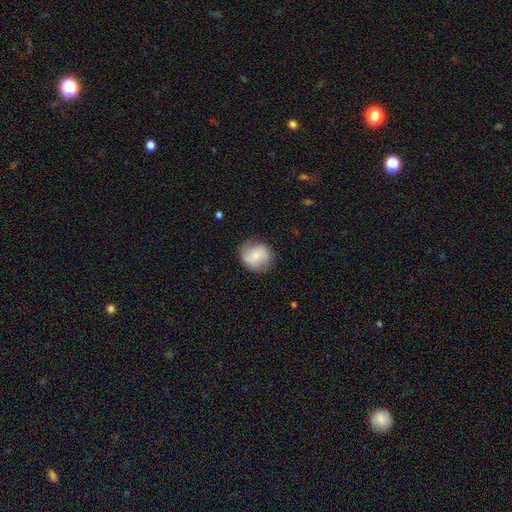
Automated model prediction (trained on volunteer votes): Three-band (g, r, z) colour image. It shows a smooth galaxy with no disk features (53%) that is round (83%). Merging: none (78%).